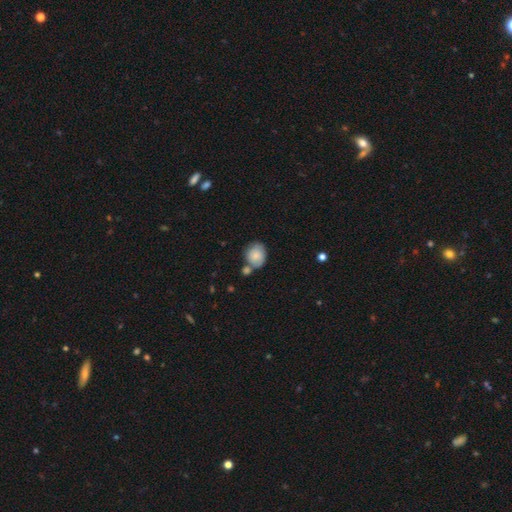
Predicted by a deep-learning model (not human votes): A smooth galaxy with no disk features (79%) that is round (64%). Merging: none (51%).